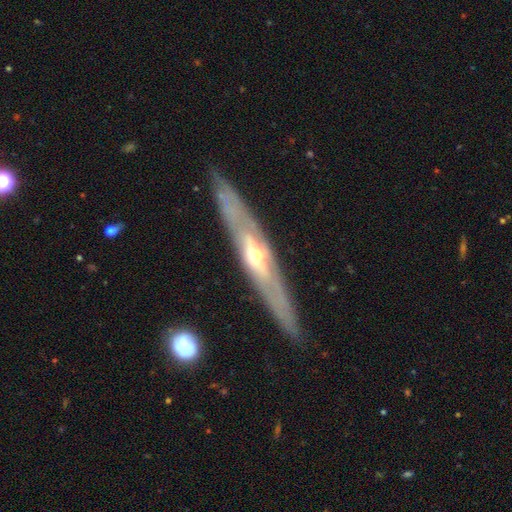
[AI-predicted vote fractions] Morphology: type=featured or disk (76%); edge-on=yes (75%); edge-on bulge=rounded (81%); merging=none (83%).